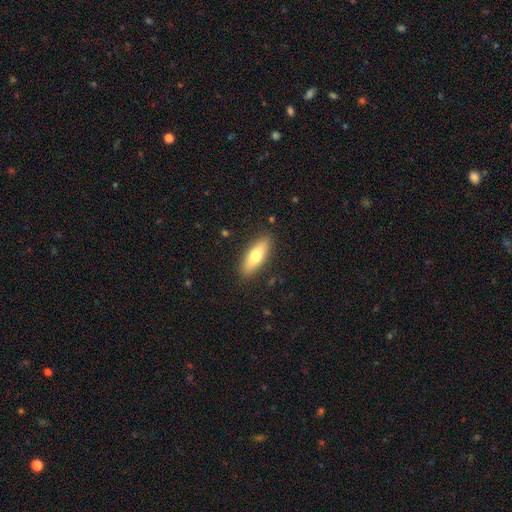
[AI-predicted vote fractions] Smooth or featured? Predicted: smooth (p=0.70). How rounded? Predicted: in between (p=0.56). Merging? Predicted: none (p=0.87).